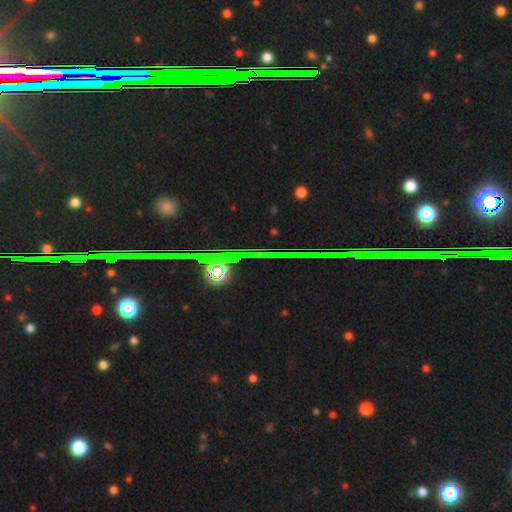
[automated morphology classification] A star or artifact, not a galaxy (80%).

Vote fractions:
- Smooth or featured? star or artifact: 80% / featured or disk: 12% / smooth: 9%